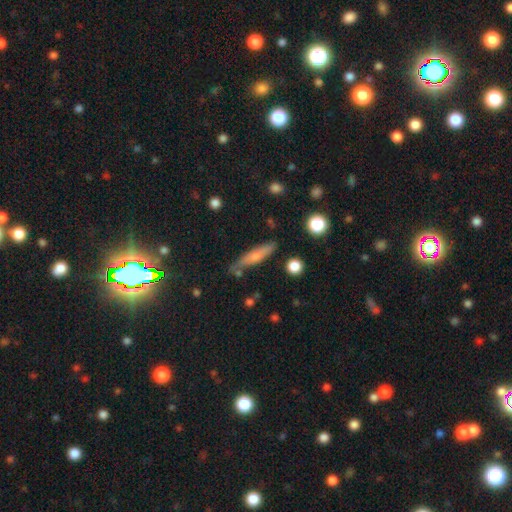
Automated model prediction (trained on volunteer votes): A smooth galaxy with no disk features (62%) that is cigar-shaped (81%). Merging: none (73%).